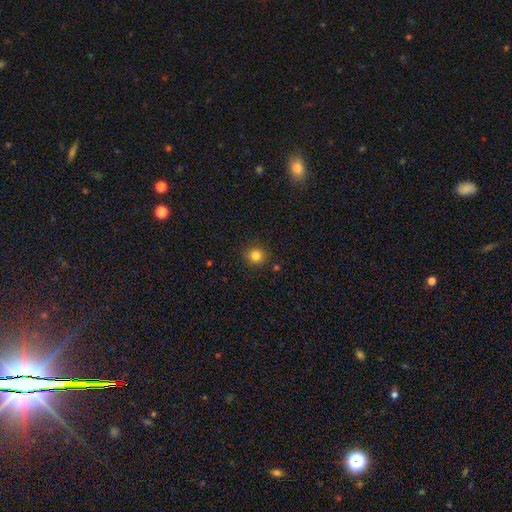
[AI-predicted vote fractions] This is clearly a smooth galaxy (83%). How rounded: clearly round (92%). Merging: clearly none (88%).